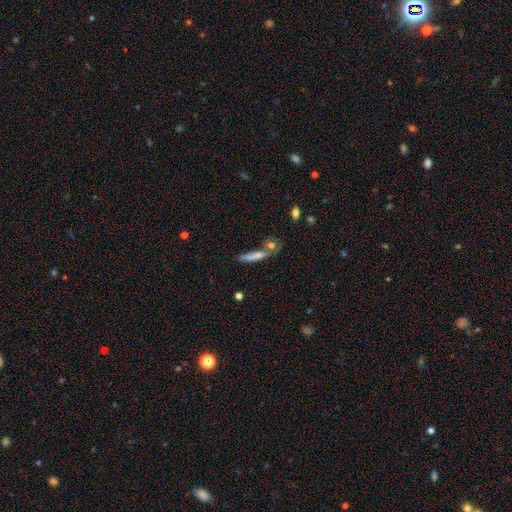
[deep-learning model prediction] smooth-or-featured: smooth: 69% | featured or disk: 23% | star or artifact: 8%
  how-rounded: cigar-shaped: 84% | in between: 13% | round: 3%
  merging: none: 54% | merger: 23% | minor disturbance: 16% | major disturbance: 7%